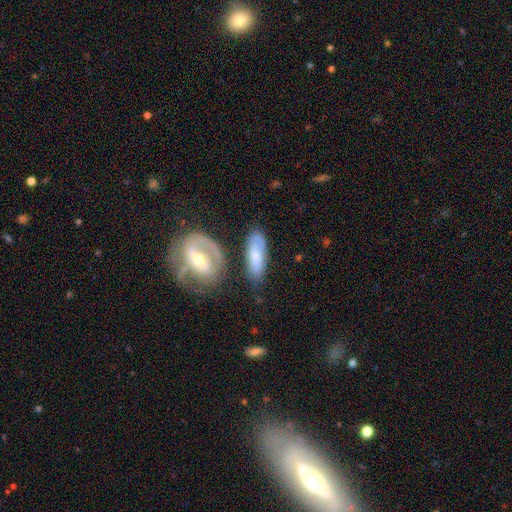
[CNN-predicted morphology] Q: Smooth or featured?
A: smooth (55%); runner-up: featured or disk (39%)
Q: How rounded?
A: in between (71%); runner-up: cigar-shaped (25%)
Q: Merging?
A: none (63%); runner-up: minor disturbance (19%)